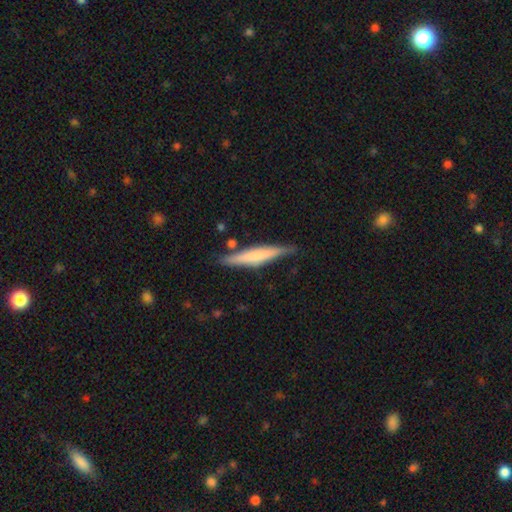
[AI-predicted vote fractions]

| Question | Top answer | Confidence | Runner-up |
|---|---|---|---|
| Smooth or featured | smooth | 51% | featured or disk (43%) |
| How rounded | cigar-shaped | 91% | in between (7%) |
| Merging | none | 80% | minor disturbance (14%) |